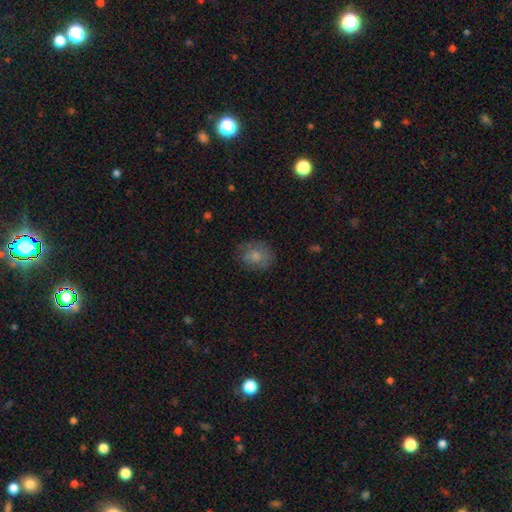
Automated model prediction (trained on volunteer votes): smooth 73%, featured or disk 18%, star or artifact 9%. Down the decision tree: how rounded — round (62%); merging — none (69%).